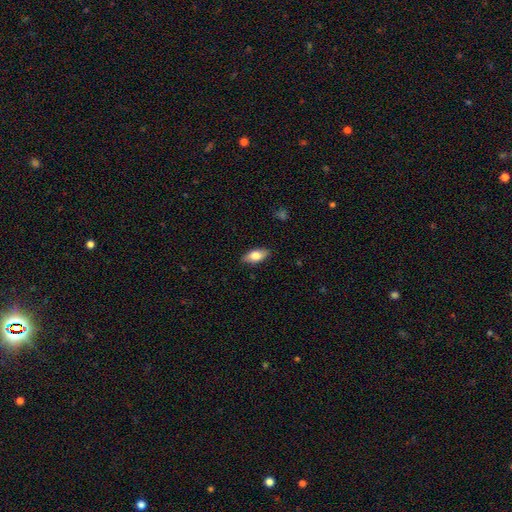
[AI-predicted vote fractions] A smooth galaxy with no disk features (74%) that is in between round and cigar-shaped (85%).

Vote fractions:
- Smooth or featured? smooth: 74% / featured or disk: 20% / star or artifact: 6%
- How rounded? in between: 85% / cigar-shaped: 11% / round: 3%
- Merging? none: 85% / minor disturbance: 11% / major disturbance: 2% / merger: 1%